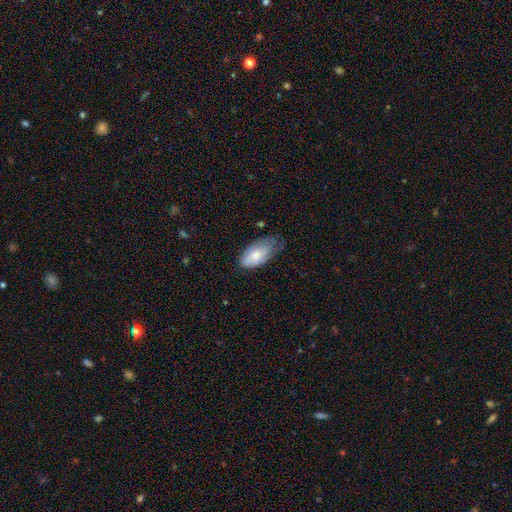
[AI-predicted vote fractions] smooth-or-featured: smooth: 75% | featured or disk: 19% | star or artifact: 6%
  how-rounded: in between: 94% | cigar-shaped: 3% | round: 3%
  merging: minor disturbance: 44% | none: 41% | major disturbance: 14% | merger: 2%